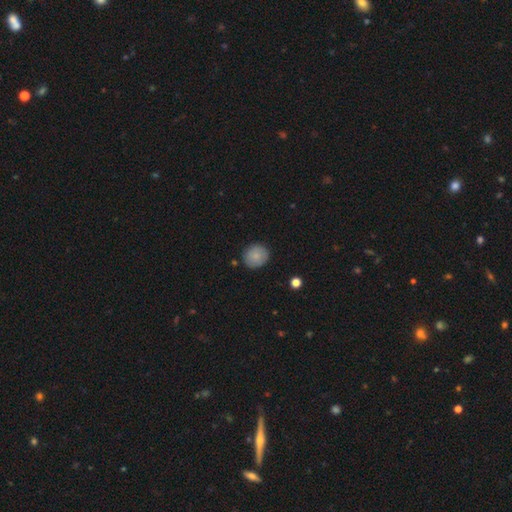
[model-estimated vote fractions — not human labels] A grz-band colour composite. It shows a smooth galaxy with no disk features (82%) that is round (82%). Merging: none (86%).